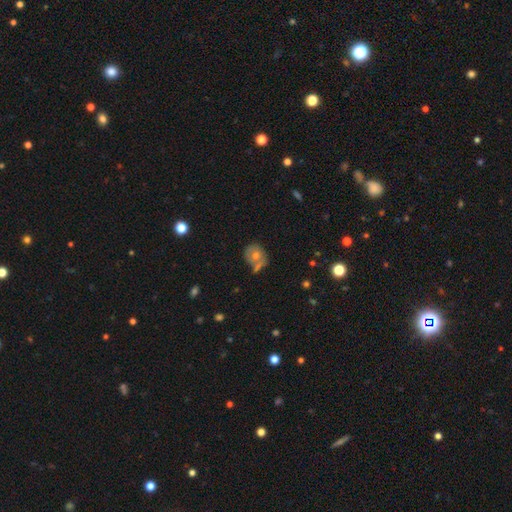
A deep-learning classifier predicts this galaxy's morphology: A smooth galaxy with no disk features (53%) that is round (69%). Merging: none (52%).